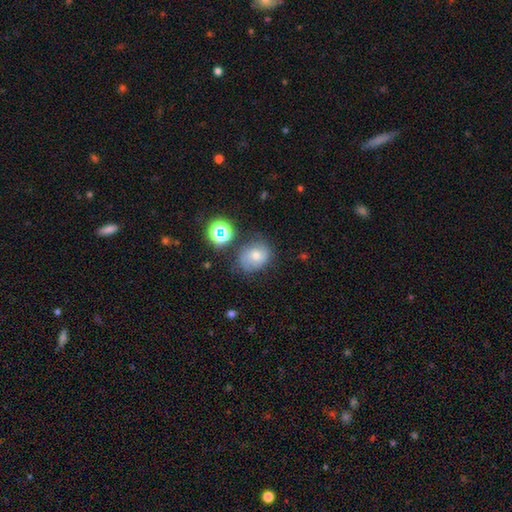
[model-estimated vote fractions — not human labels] Q: Smooth or featured?
A: smooth (61%); runner-up: featured or disk (23%)
Q: How rounded?
A: round (61%); runner-up: in between (38%)
Q: Merging?
A: none (63%); runner-up: minor disturbance (23%)